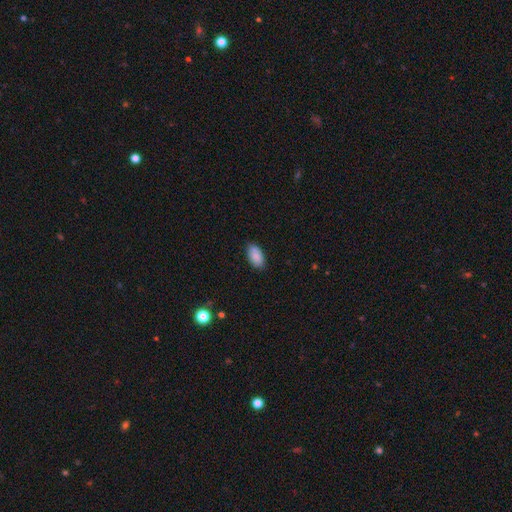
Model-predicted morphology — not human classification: Overall: smooth (87%). How rounded: in between (94%). Merging: none (84%).